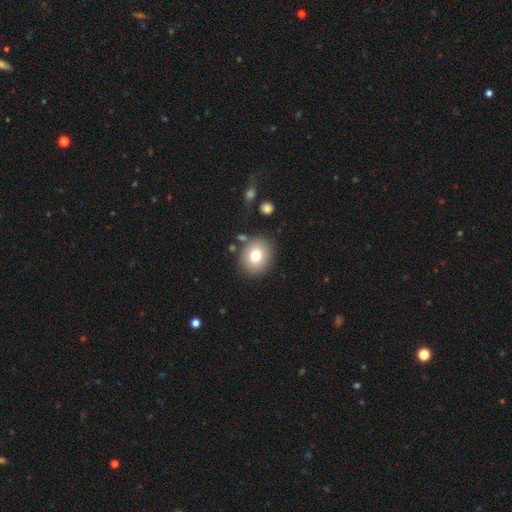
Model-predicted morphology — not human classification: smooth-or-featured: smooth: 76% | featured or disk: 13% | star or artifact: 11%
  how-rounded: round: 71% | in between: 28% | cigar-shaped: 1%
  merging: none: 84% | minor disturbance: 9% | merger: 4% | major disturbance: 3%